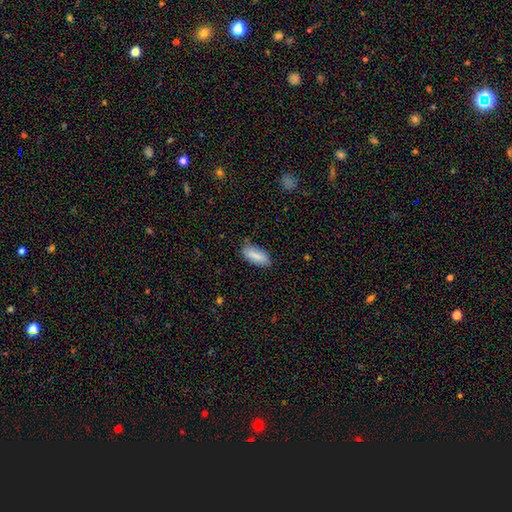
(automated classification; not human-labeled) This is clearly a smooth galaxy (83%). How rounded: clearly in between (83%). Merging: clearly none (80%).